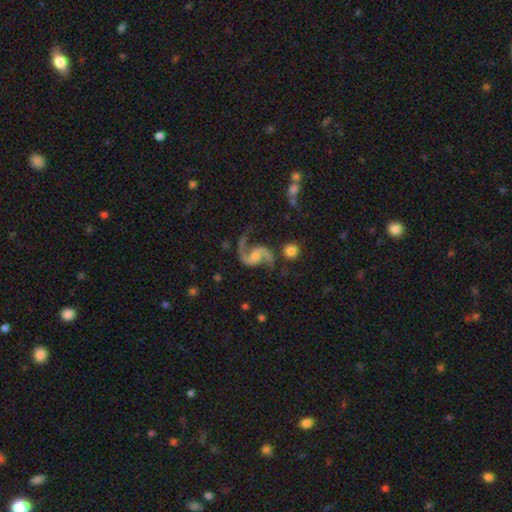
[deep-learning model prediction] Smooth or featured: featured or disk — 92% (star or artifact — 4%)
Edge-on disk: no — 98% (yes — 2%)
Bar: no — 51% (weak — 38%)
Spiral arms: yes — 98% (no — 2%)
Spiral winding: loose — 62% (medium — 33%)
Spiral arm count: 2 — 93% (1 — 2%)
Bulge size: small — 35% (moderate — 34%)
Merging: none — 66% (minor disturbance — 16%)